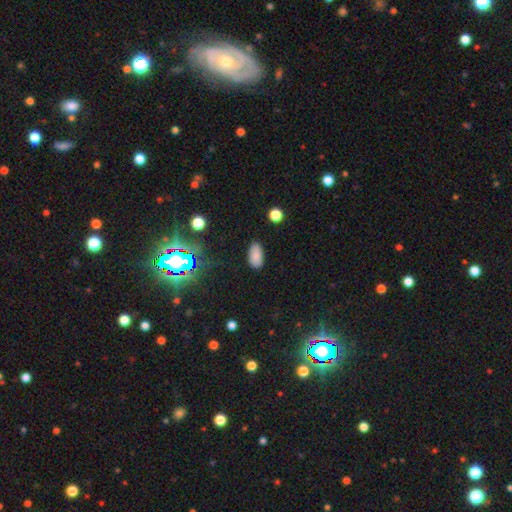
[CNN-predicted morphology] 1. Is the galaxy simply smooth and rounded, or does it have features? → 81% smooth, 13% star or artifact, 6% featured or disk.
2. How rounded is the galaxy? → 93% in between, 4% cigar-shaped, 4% round.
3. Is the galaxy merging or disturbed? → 83% none, 12% minor disturbance, 3% major disturbance, 1% merger.